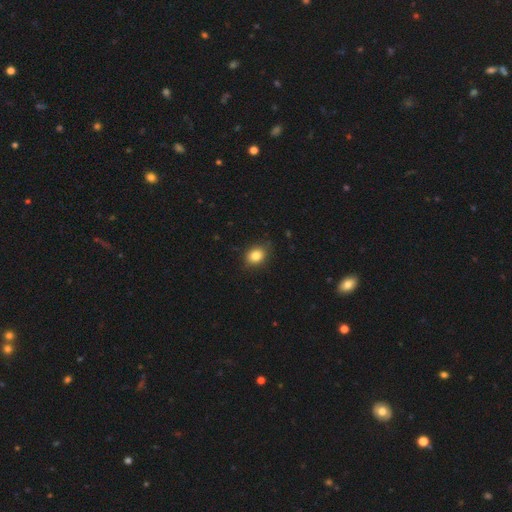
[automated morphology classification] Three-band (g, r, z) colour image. It shows a smooth galaxy with no disk features (84%) that is in between round and cigar-shaped (56%). Merging: none (83%).